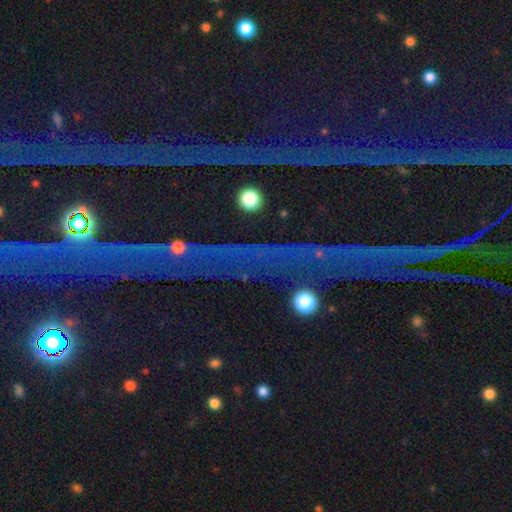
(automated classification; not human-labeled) A star or artifact, not a galaxy (83%).